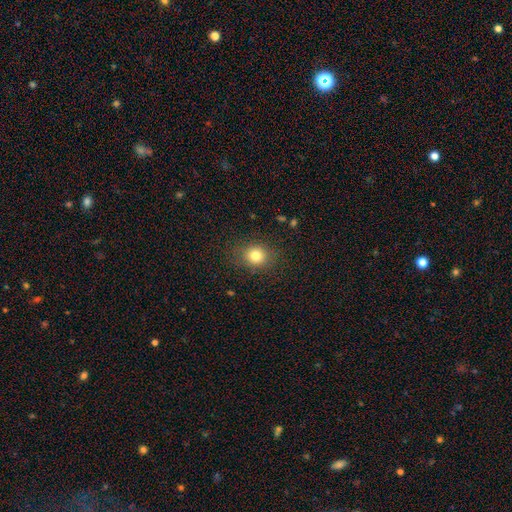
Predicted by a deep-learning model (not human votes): Smooth or featured? Predicted: smooth (p=0.80). How rounded? Predicted: round (p=0.72). Merging? Predicted: none (p=0.83).